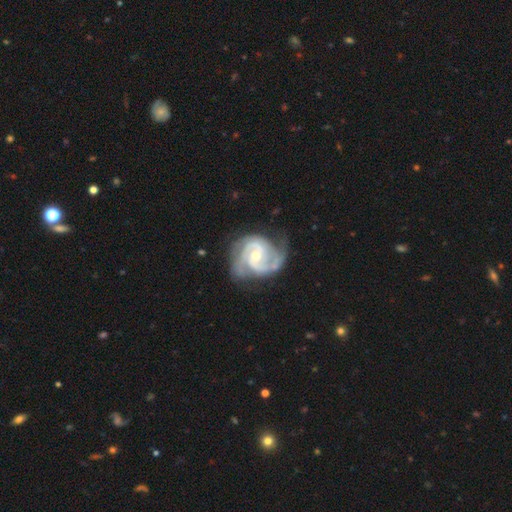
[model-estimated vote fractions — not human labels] A featured or disk galaxy (92%) with no bar (56%), 2 (71%) medium (49%) spiral arms (98%) and a moderate central bulge (49%). Merging: none (60%).